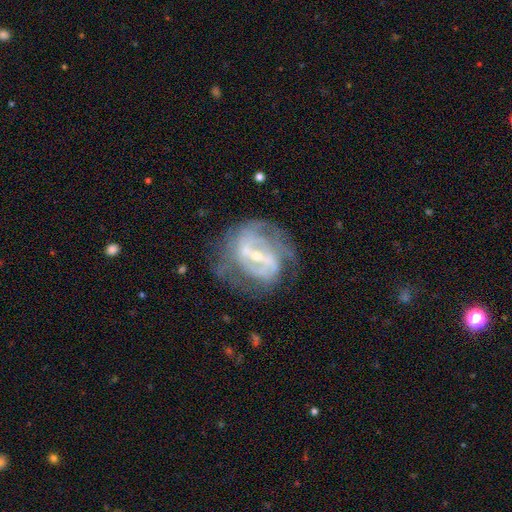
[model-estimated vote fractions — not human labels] Q: Smooth or featured?
A: featured or disk (84%); runner-up: smooth (9%)
Q: Edge-on disk?
A: no (96%); runner-up: yes (4%)
Q: Bar?
A: strong (50%); runner-up: weak (36%)
Q: Spiral arms?
A: yes (84%); runner-up: no (16%)
Q: Spiral winding?
A: tight (46%); runner-up: medium (38%)
Q: Spiral arm count?
A: 2 (43%); runner-up: can't tell (32%)
Q: Bulge size?
A: small (64%); runner-up: moderate (32%)
Q: Merging?
A: none (57%); runner-up: minor disturbance (21%)